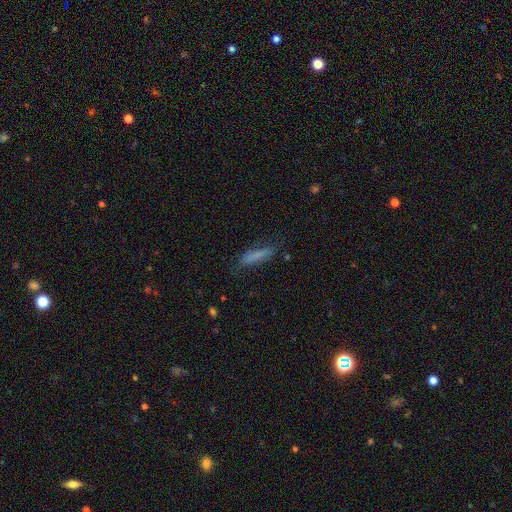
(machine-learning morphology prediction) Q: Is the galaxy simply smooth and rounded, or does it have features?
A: smooth — 72%.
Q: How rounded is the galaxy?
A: cigar-shaped — 83%.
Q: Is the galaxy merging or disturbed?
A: none — 75%.